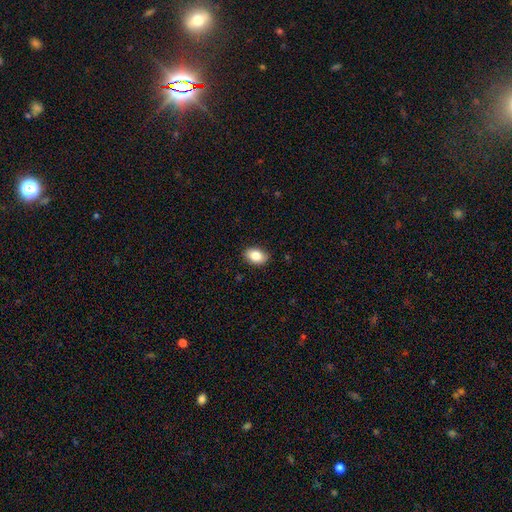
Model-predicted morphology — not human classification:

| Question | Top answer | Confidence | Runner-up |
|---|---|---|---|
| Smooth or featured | smooth | 86% | star or artifact (8%) |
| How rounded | in between | 82% | round (17%) |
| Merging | none | 87% | minor disturbance (10%) |